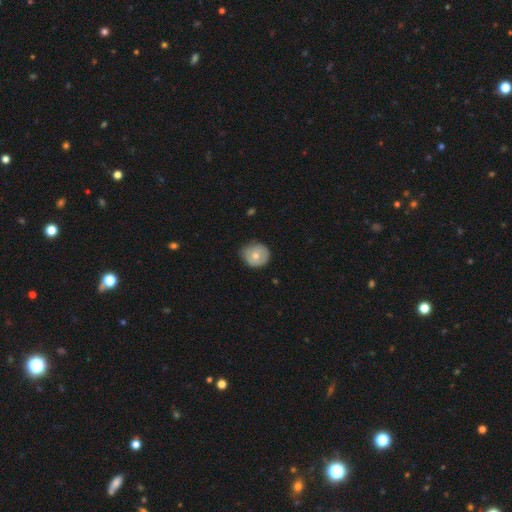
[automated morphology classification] Smooth or featured?
  - smooth: 61% *
  - featured or disk: 32%
  - star or artifact: 7%
How rounded?
  - round: 87% *
  - in between: 12%
  - cigar-shaped: 1%
Merging?
  - none: 75% *
  - minor disturbance: 20%
  - major disturbance: 3%
  - merger: 1%